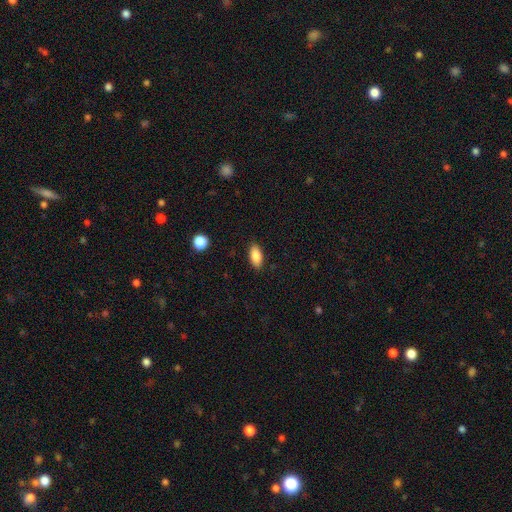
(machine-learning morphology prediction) Overall: smooth (86%). How rounded: in between (90%). Merging: none (88%).